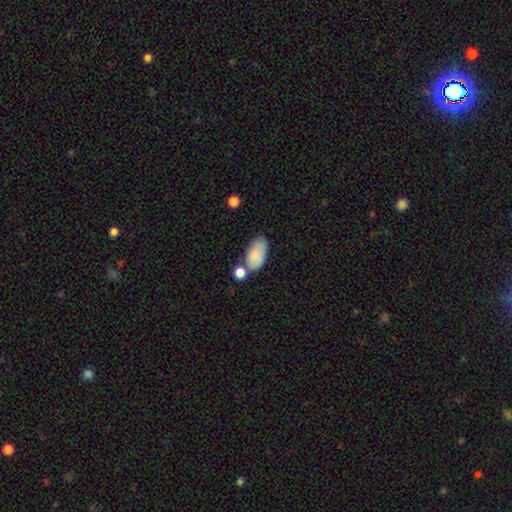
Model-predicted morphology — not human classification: The model was most divided on "merging": none: 53%, merger: 21%, minor disturbance: 20%, major disturbance: 6%. More confident: how rounded — in between (94%); smooth or featured — smooth (84%).